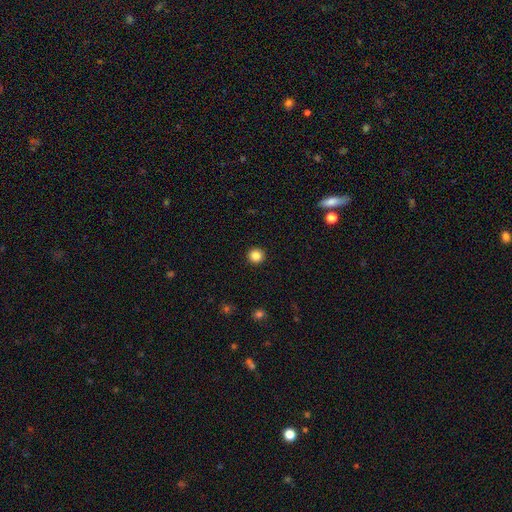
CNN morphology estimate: This appears to be a smooth galaxy with no disk features (85%) that is round (96%). Merging: none (94%).